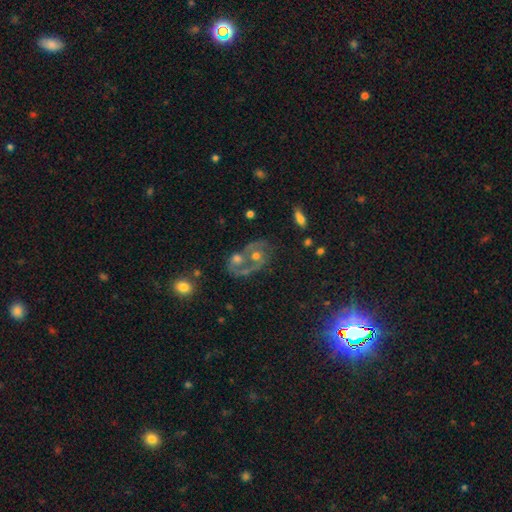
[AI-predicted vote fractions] Overall: featured or disk (71%). Edge-on disk: no (96%). Bar: no (79%). Spiral arms: yes (68%; no 32%). Bulge size: moderate (62%). Merging: merger (36%; none 35%).